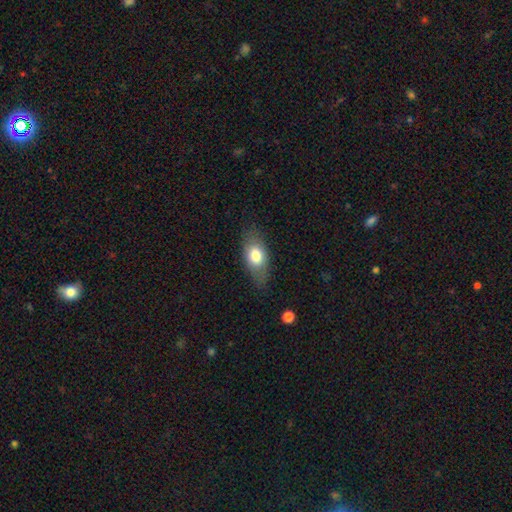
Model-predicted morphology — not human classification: Smooth or featured?
  - smooth: 72% *
  - featured or disk: 21%
  - star or artifact: 7%
How rounded?
  - in between: 86% *
  - round: 8%
  - cigar-shaped: 7%
Merging?
  - none: 76% *
  - minor disturbance: 17%
  - major disturbance: 5%
  - merger: 1%